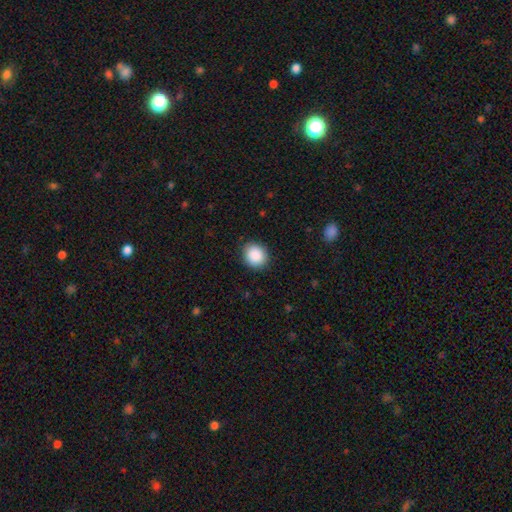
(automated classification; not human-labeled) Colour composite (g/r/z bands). It shows a smooth galaxy with no disk features (89%) that is round (74%). Merging: none (88%).